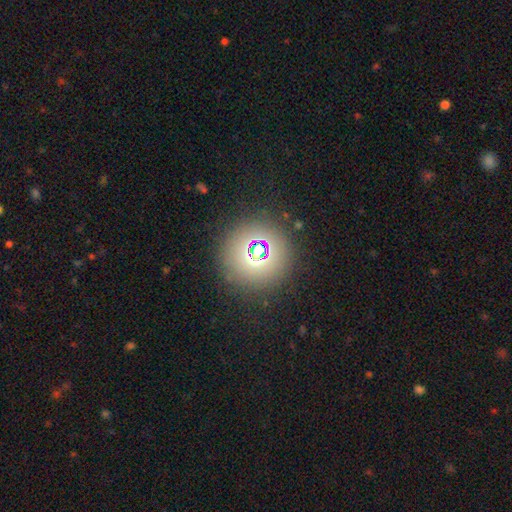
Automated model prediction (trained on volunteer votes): A star or artifact, not a galaxy (45%).

Vote fractions:
- Smooth or featured? star or artifact: 45% / smooth: 40% / featured or disk: 15%